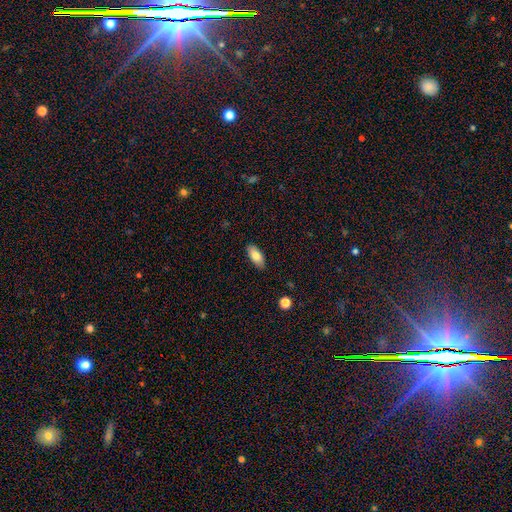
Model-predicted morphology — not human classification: Overall: smooth (80%). How rounded: in between (88%). Merging: none (88%).